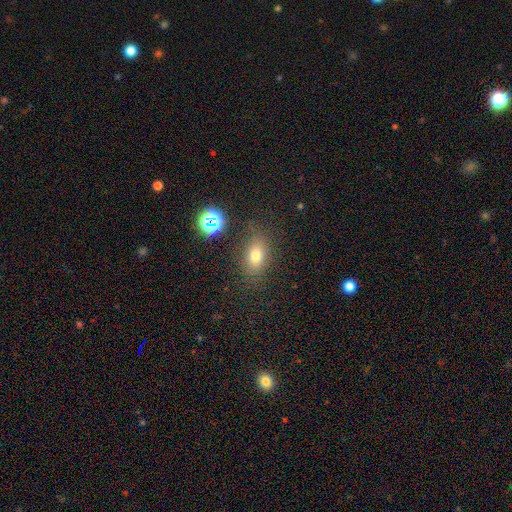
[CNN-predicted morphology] Smooth or featured? smooth (71%)
How rounded? in between (77%)
Merging? none (79%)